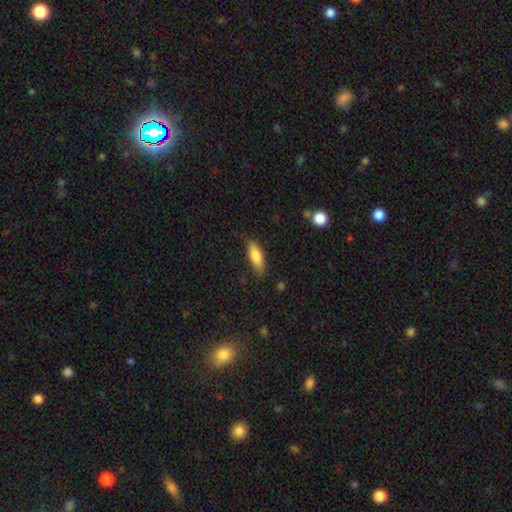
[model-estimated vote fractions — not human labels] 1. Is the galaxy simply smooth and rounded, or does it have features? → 83% smooth, 11% featured or disk, 6% star or artifact.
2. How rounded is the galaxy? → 65% in between, 33% cigar-shaped, 2% round.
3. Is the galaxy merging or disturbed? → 79% none, 15% minor disturbance, 4% major disturbance, 2% merger.